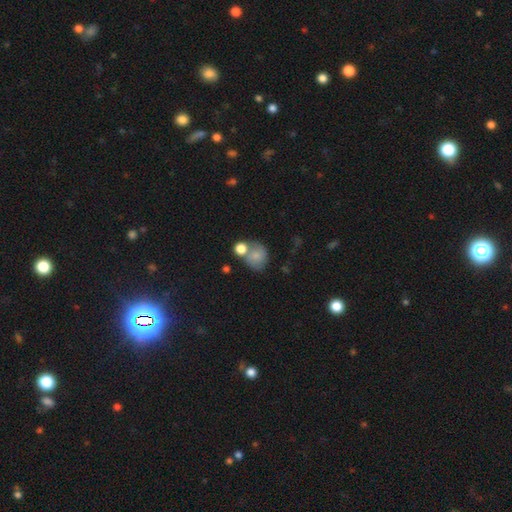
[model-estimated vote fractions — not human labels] Smooth or featured?
  - smooth: 71% *
  - featured or disk: 19%
  - star or artifact: 10%
How rounded?
  - round: 69% *
  - in between: 30%
  - cigar-shaped: 1%
Merging?
  - none: 42% *
  - merger: 33%
  - minor disturbance: 17%
  - major disturbance: 8%